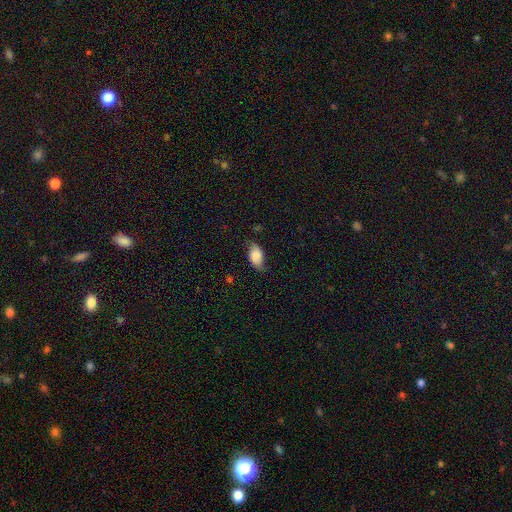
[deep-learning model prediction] This appears to be a smooth galaxy with no disk features (71%) that is in between round and cigar-shaped (91%). Merging: none (62%).